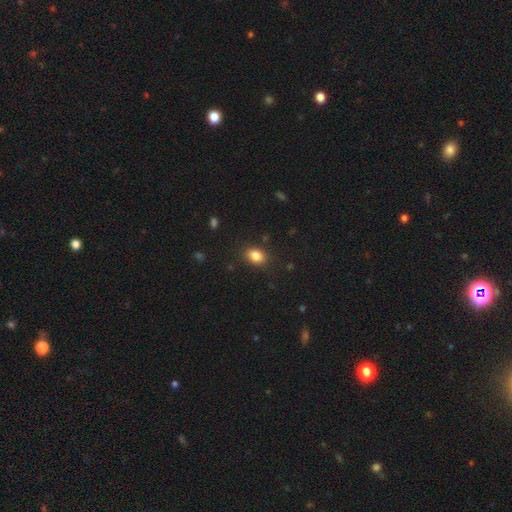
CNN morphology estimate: The model was most divided on "how rounded": in between: 67%, round: 32%, cigar-shaped: 1%. More confident: merging — none (85%); smooth or featured — smooth (84%).